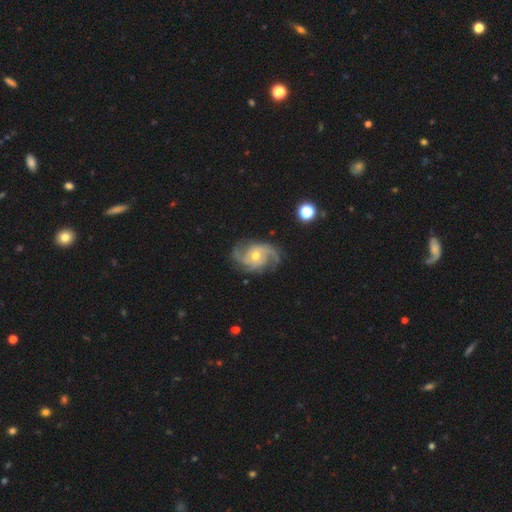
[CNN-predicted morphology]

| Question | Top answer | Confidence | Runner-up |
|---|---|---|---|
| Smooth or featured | featured or disk | 90% | star or artifact (5%) |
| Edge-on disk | no | 98% | yes (2%) |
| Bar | no | 70% | weak (25%) |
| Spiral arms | yes | 98% | no (2%) |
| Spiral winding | medium | 51% | tight (28%) |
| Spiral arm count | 3 | 42% | 2 (25%) |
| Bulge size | moderate | 60% | small (36%) |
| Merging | none | 75% | minor disturbance (16%) |